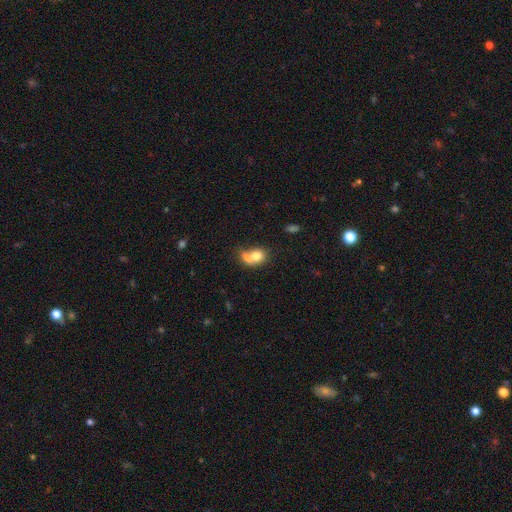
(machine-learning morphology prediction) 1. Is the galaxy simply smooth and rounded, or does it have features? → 72% smooth, 19% featured or disk, 9% star or artifact.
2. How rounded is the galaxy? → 51% round, 48% in between, 1% cigar-shaped.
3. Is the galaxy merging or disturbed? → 59% merger, 23% none, 10% minor disturbance, 8% major disturbance.